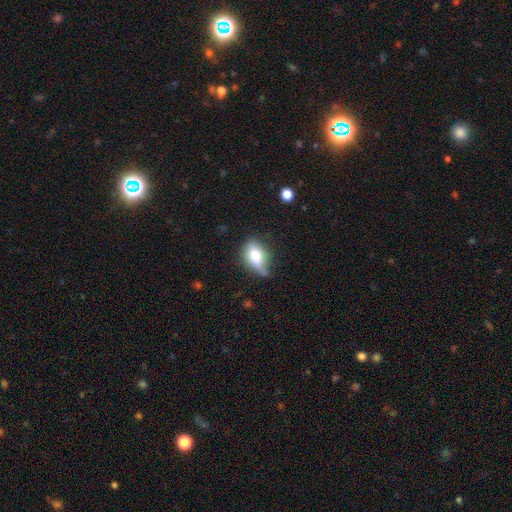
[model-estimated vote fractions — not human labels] Smooth or featured? smooth (65%)
How rounded? in between (82%)
Merging? none (48%)